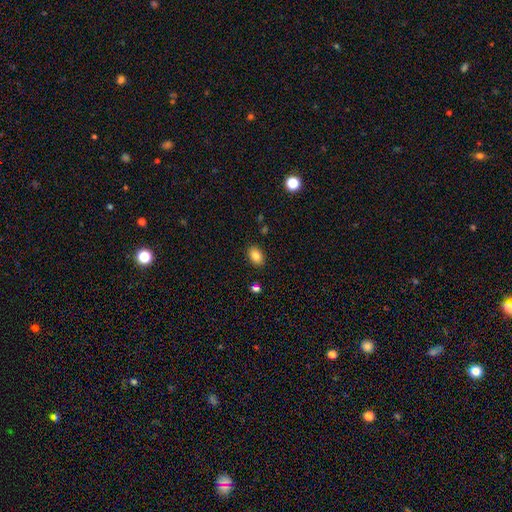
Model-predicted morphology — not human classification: Overall: smooth (84%). How rounded: in between (83%). Merging: none (87%).